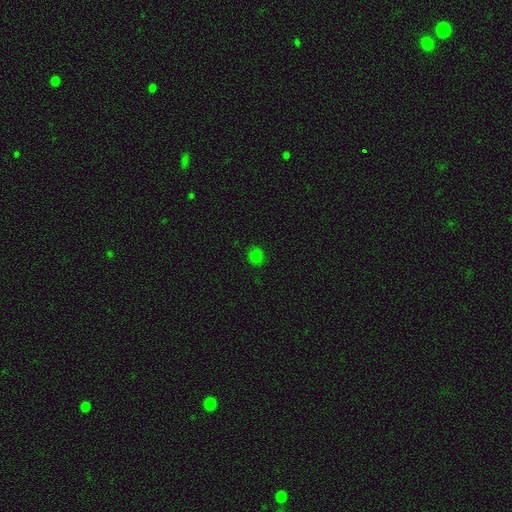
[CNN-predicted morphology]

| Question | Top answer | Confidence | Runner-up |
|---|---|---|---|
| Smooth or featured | smooth | 78% | star or artifact (18%) |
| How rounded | round | 78% | in between (21%) |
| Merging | none | 85% | minor disturbance (11%) |